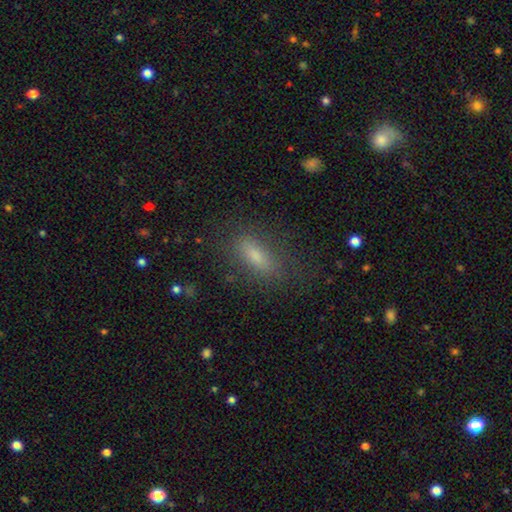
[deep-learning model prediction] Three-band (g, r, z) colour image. It shows a smooth galaxy with no disk features (72%) that is in between round and cigar-shaped (64%). Merging: none (78%).